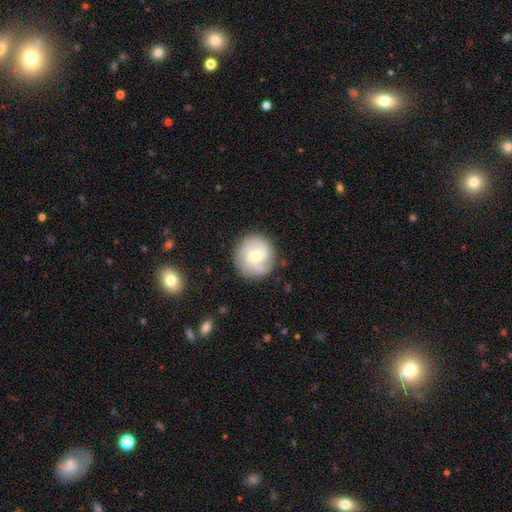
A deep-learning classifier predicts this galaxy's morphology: Smooth or featured? featured or disk (68%)
Edge-on disk? no (98%)
Bar? weak (46%)
Spiral arms? yes (91%)
Spiral winding? medium (43%)
Spiral arm count? 3 (34%)
Bulge size? moderate (57%)
Merging? none (83%)